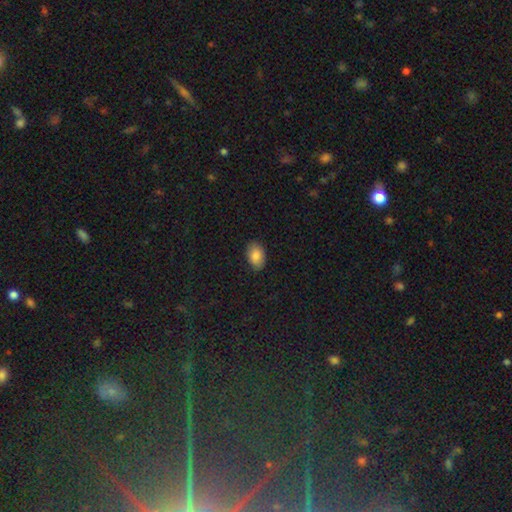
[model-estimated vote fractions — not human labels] Smooth or featured?
  - smooth: 86% *
  - star or artifact: 8%
  - featured or disk: 7%
How rounded?
  - in between: 87% *
  - round: 11%
  - cigar-shaped: 1%
Merging?
  - none: 87% *
  - minor disturbance: 10%
  - major disturbance: 2%
  - merger: 1%